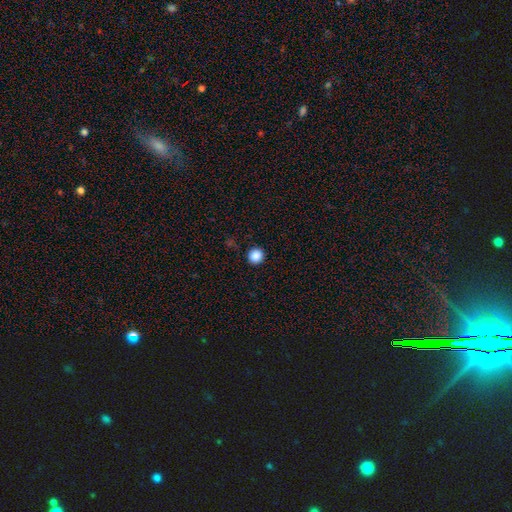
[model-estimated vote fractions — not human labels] smooth 87%, star or artifact 10%, featured or disk 3%. Down the decision tree: how rounded — round (94%); merging — none (93%).